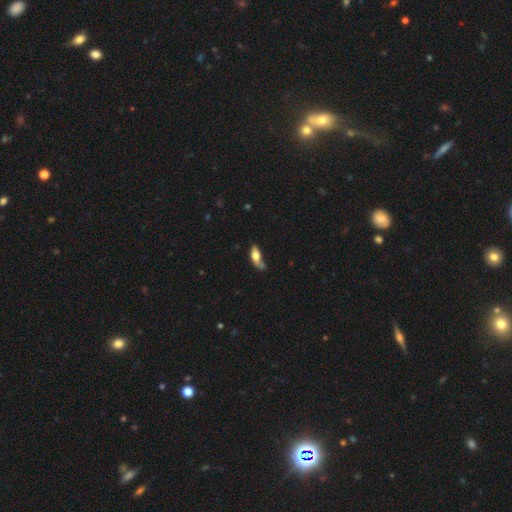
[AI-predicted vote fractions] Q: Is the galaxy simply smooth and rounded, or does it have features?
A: smooth — 64%.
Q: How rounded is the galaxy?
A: in between — 71%.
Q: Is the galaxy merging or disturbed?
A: none — 41%.